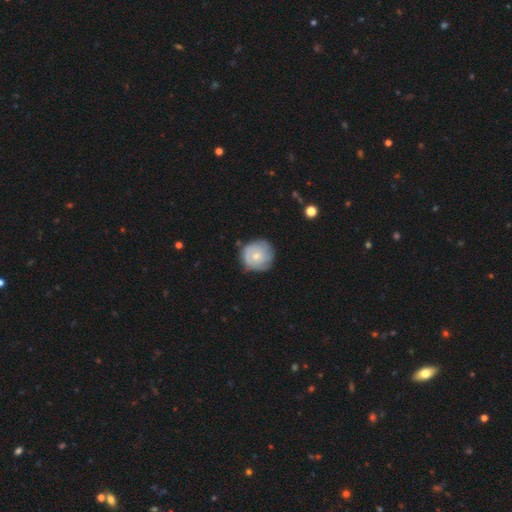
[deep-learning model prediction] Morphology: type=featured or disk (49%); merging=none (72%).